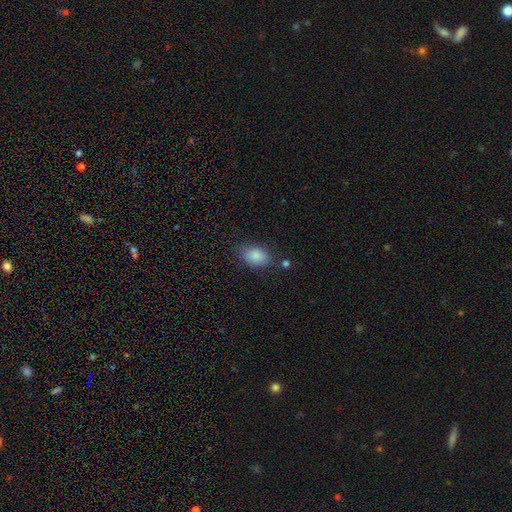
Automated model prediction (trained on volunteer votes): smooth_or_featured: smooth (p=0.86) [alt: star or artifact p=0.08]
how_rounded: in between (p=0.85) [alt: round p=0.14]
merging: none (p=0.73) [alt: minor disturbance p=0.18]